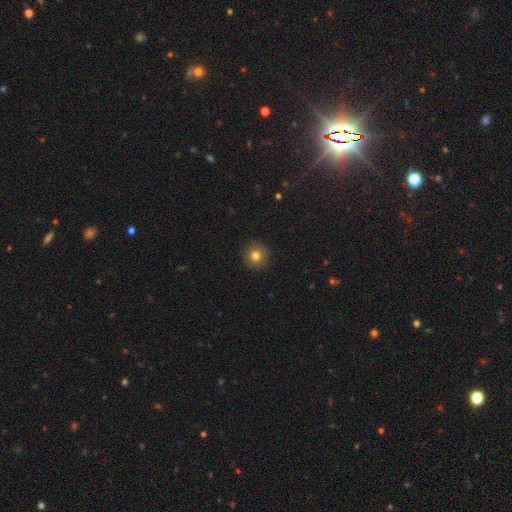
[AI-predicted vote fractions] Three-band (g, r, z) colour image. It shows a smooth galaxy with no disk features (79%) that is round (95%). Merging: none (92%).